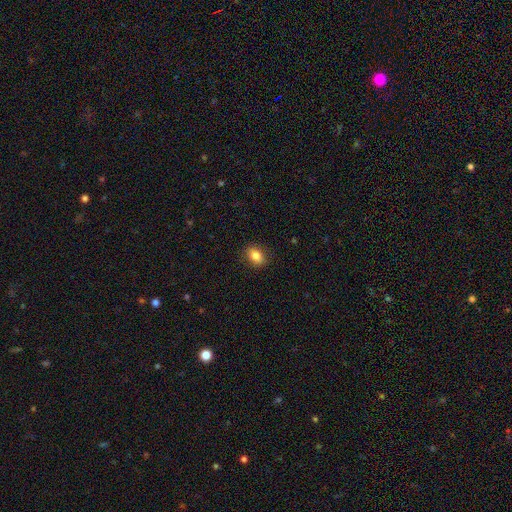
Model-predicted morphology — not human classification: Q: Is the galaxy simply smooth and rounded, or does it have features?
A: smooth — 82%.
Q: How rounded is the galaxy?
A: in between — 75%.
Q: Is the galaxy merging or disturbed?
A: none — 88%.